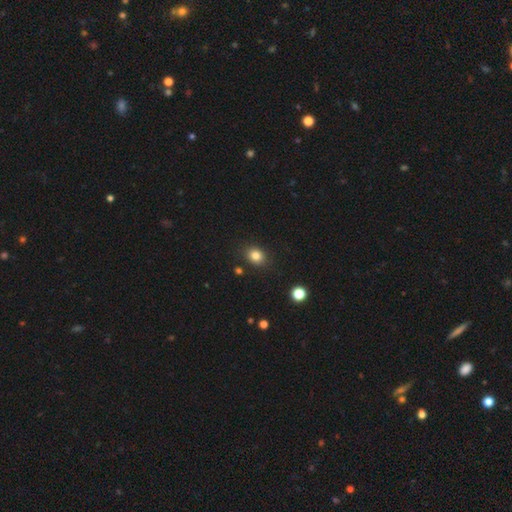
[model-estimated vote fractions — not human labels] This appears to be a smooth galaxy with no disk features (82%) that is round (57%). Merging: none (86%).